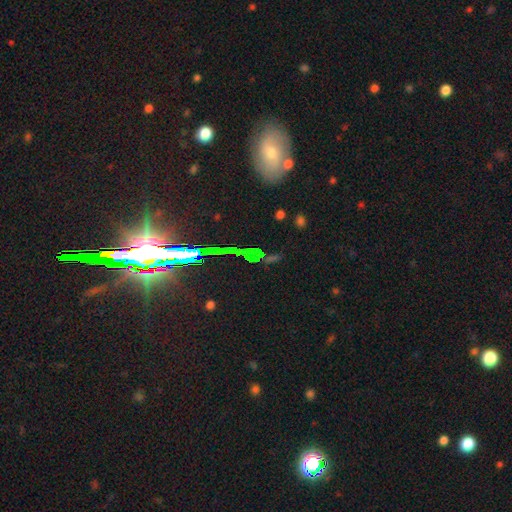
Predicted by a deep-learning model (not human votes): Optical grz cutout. It shows a star or artifact, not a galaxy (72%).